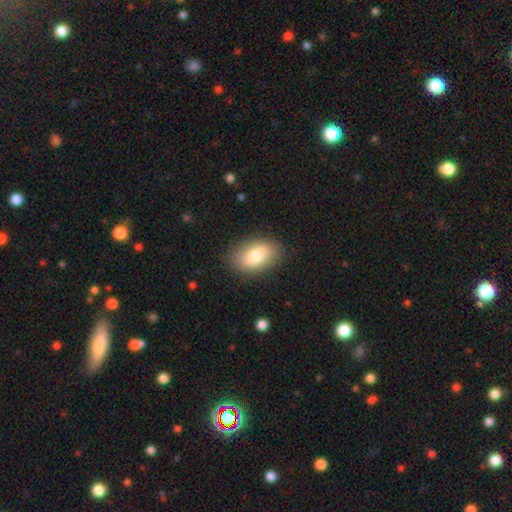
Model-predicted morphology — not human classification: Overall: smooth (77%). How rounded: in between (91%). Merging: none (85%).